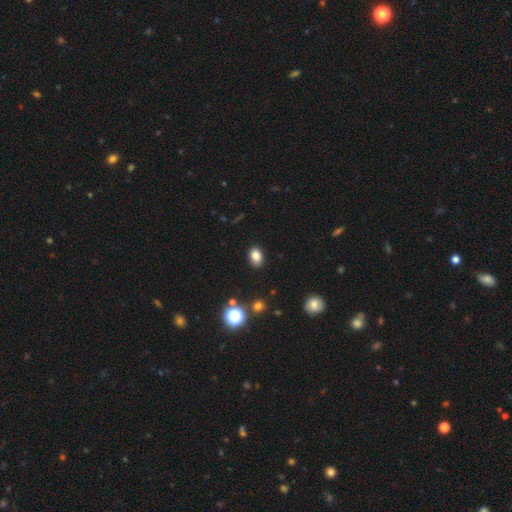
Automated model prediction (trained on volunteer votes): Smooth or featured? smooth (82%)
How rounded? in between (79%)
Merging? none (86%)